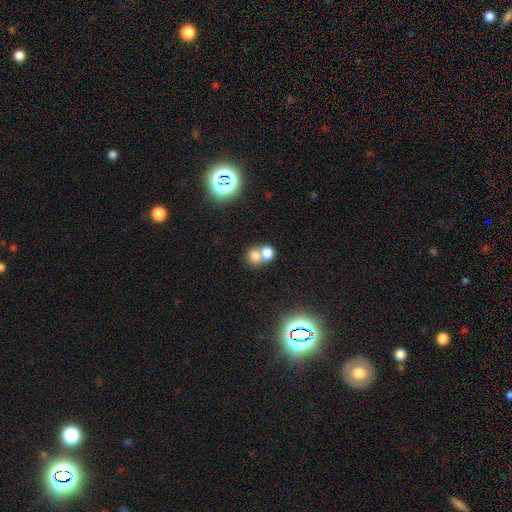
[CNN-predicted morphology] Smooth or featured? smooth (73%)
How rounded? round (71%)
Merging? merger (60%)